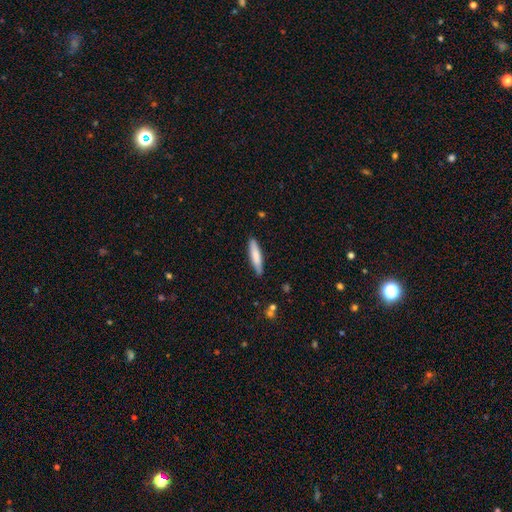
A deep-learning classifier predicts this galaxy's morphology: A smooth galaxy with no disk features (78%) that is cigar-shaped (82%). Merging: none (86%).